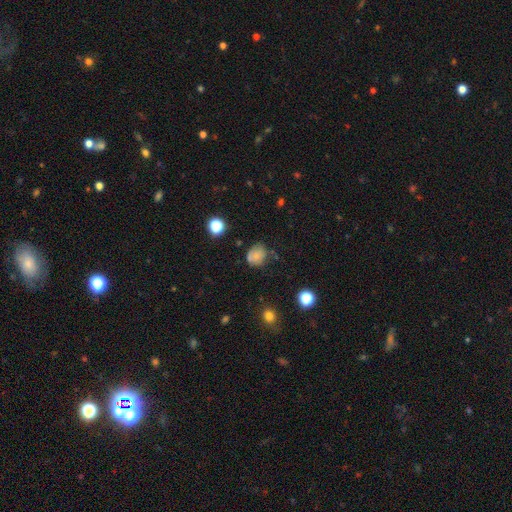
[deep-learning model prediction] This is likely a smooth galaxy (71%). How rounded: likely round (70%). Merging: likely none (62%).